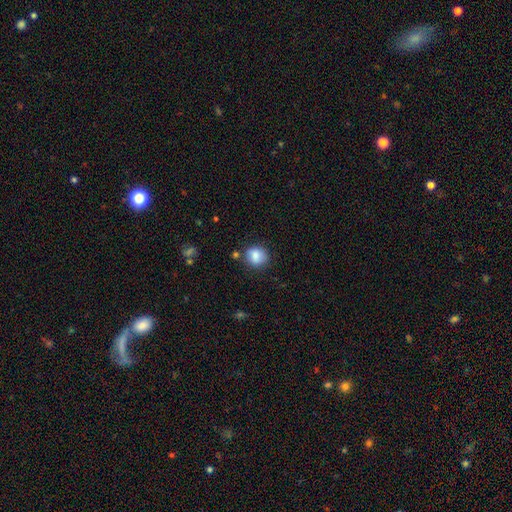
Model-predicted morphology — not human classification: This appears to be a smooth galaxy with no disk features (84%) that is round (78%). Merging: none (76%).